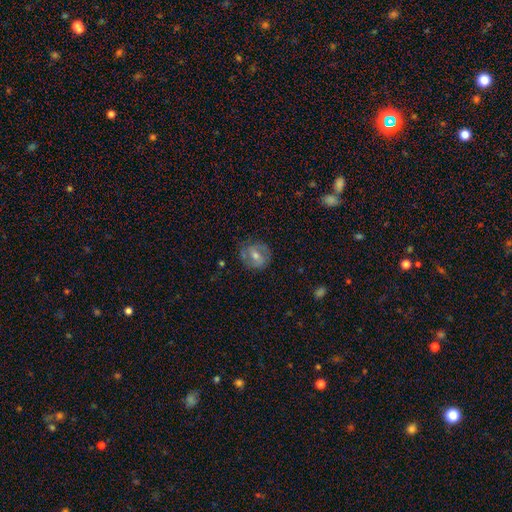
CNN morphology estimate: featured or disk 58%, smooth 33%, star or artifact 9%. Down the decision tree: edge-on disk — no (96%); bar — weak (46%); spiral arms — yes (69%); bulge size — moderate (63%); merging — none (77%).